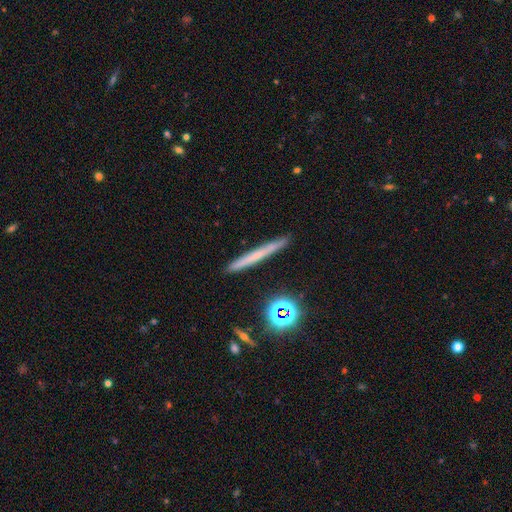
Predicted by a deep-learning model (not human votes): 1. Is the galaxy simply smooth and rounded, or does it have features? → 50% smooth, 38% featured or disk, 11% star or artifact.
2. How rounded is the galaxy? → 96% cigar-shaped, 2% in between, 2% round.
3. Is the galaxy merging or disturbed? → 91% none, 6% minor disturbance, 1% major disturbance, 1% merger.